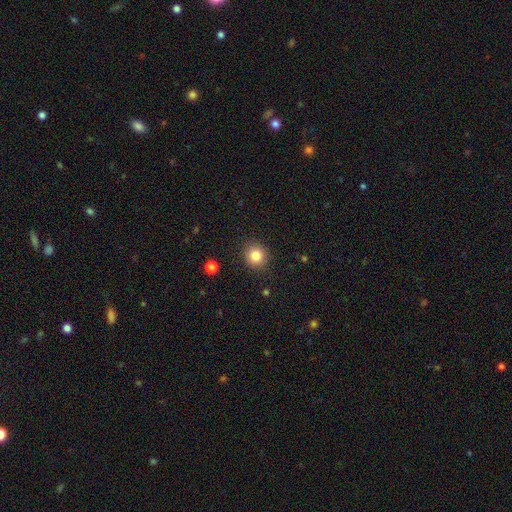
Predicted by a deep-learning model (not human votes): This is clearly a smooth galaxy (84%). How rounded: clearly round (90%). Merging: clearly none (90%).